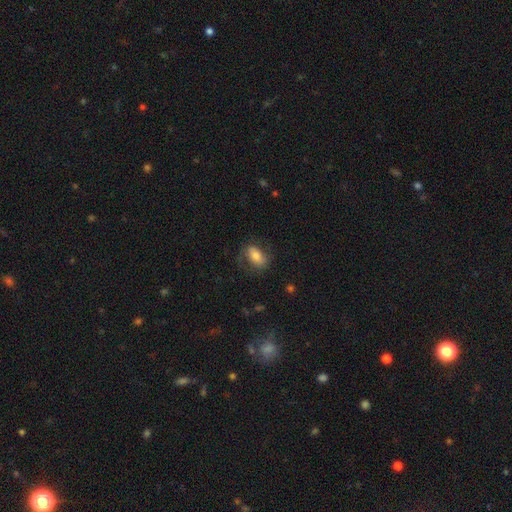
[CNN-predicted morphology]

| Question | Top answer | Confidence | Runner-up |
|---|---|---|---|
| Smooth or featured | smooth | 64% | featured or disk (29%) |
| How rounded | in between | 86% | round (11%) |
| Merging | none | 62% | minor disturbance (21%) |